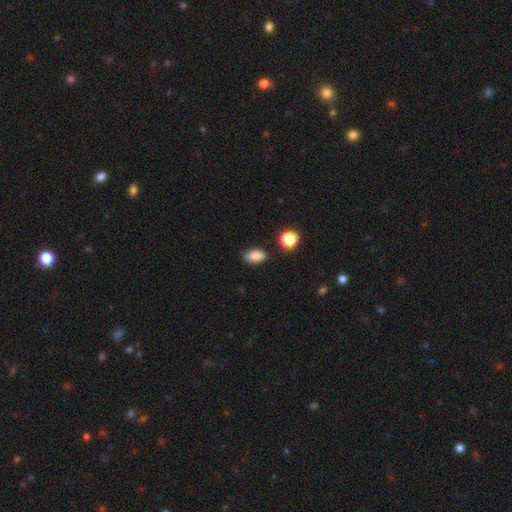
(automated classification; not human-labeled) Smooth or featured: smooth — 86% (star or artifact — 10%)
How rounded: in between — 87% (round — 11%)
Merging: none — 82% (minor disturbance — 12%)